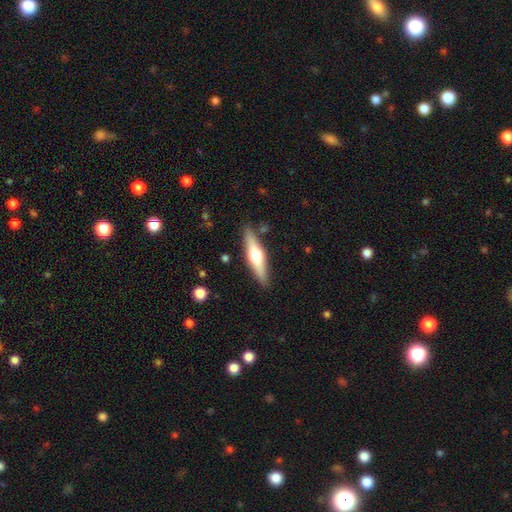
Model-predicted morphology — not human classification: smooth_or_featured: featured or disk (p=0.55) [alt: smooth p=0.39]
disk_edge_on: yes (p=0.93) [alt: no p=0.07]
edge_on_bulge: rounded (p=0.94) [alt: boxy p=0.04]
merging: none (p=0.87) [alt: minor disturbance p=0.09]